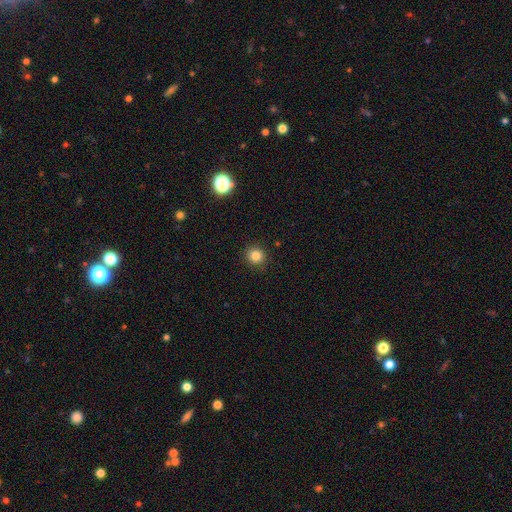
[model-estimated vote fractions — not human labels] This appears to be a smooth galaxy with no disk features (83%) that is round (92%). Merging: none (91%).